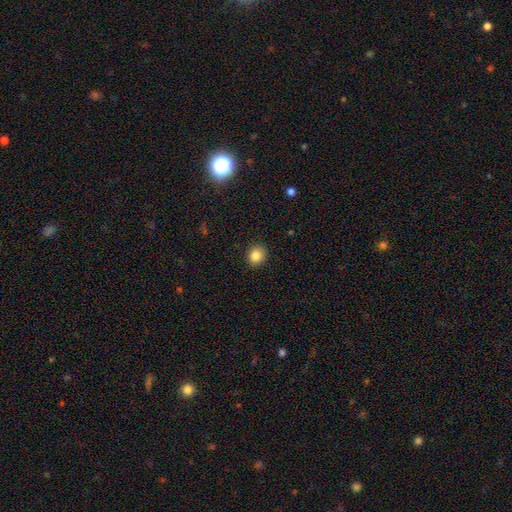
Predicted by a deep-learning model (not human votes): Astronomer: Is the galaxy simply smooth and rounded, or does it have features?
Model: smooth — 86%.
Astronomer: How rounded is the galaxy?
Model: round — 72%.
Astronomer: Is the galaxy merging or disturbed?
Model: none — 90%.